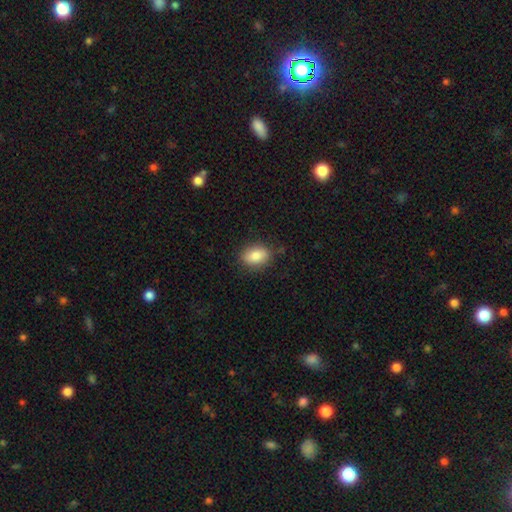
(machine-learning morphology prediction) Overall: smooth (85%). How rounded: in between (81%). Merging: none (83%).